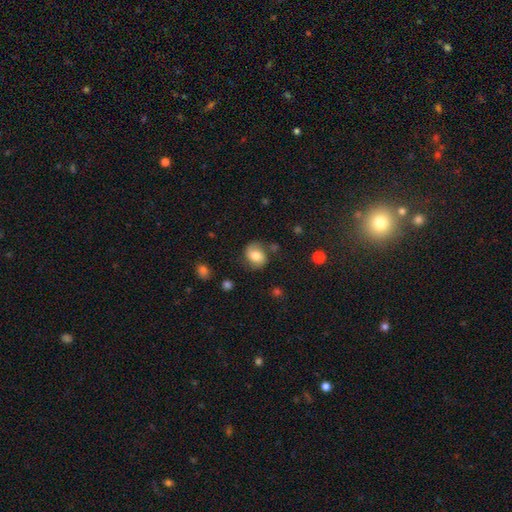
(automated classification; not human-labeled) smooth 67%, featured or disk 25%, star or artifact 8%. Down the decision tree: how rounded — round (50%); merging — none (70%).